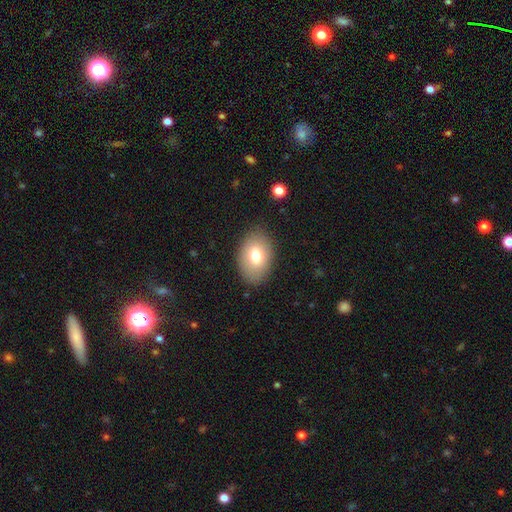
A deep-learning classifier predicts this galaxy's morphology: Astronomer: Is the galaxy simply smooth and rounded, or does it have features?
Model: smooth — 75%.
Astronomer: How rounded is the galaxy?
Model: in between — 83%.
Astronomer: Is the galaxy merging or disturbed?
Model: none — 85%.